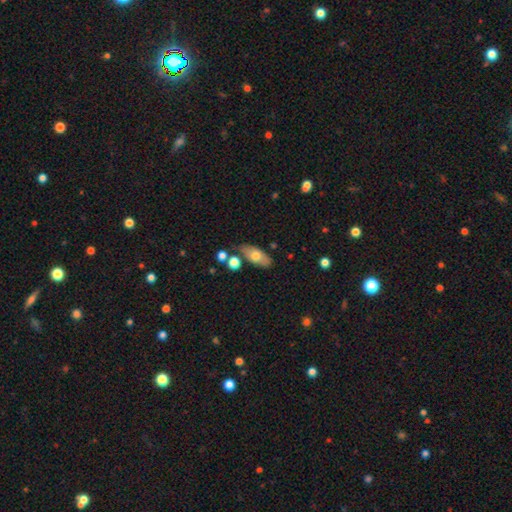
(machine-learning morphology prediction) Smooth or featured? smooth (66%)
How rounded? in between (86%)
Merging? none (69%)